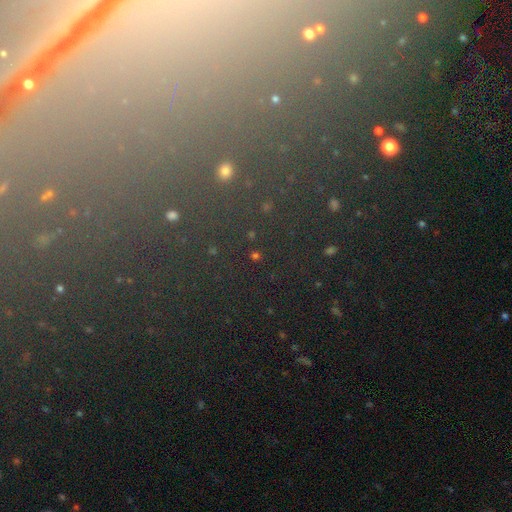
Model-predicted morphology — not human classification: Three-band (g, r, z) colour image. It shows a star or artifact, not a galaxy (60%).